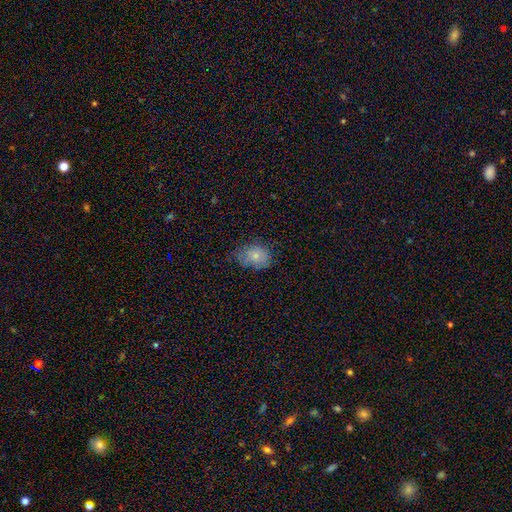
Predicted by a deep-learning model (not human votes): smooth_or_featured: smooth (p=0.78) [alt: featured or disk p=0.13]
how_rounded: in between (p=0.62) [alt: round p=0.36]
merging: none (p=0.60) [alt: minor disturbance p=0.30]